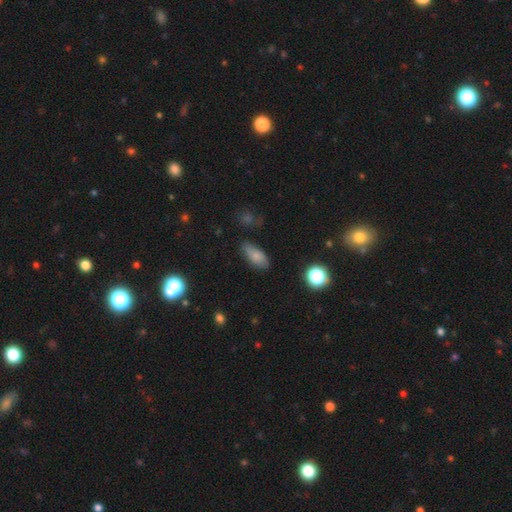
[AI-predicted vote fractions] Smooth or featured?
  - smooth: 76% *
  - featured or disk: 14%
  - star or artifact: 10%
How rounded?
  - in between: 85% *
  - cigar-shaped: 11%
  - round: 4%
Merging?
  - none: 68% *
  - minor disturbance: 24%
  - major disturbance: 6%
  - merger: 3%